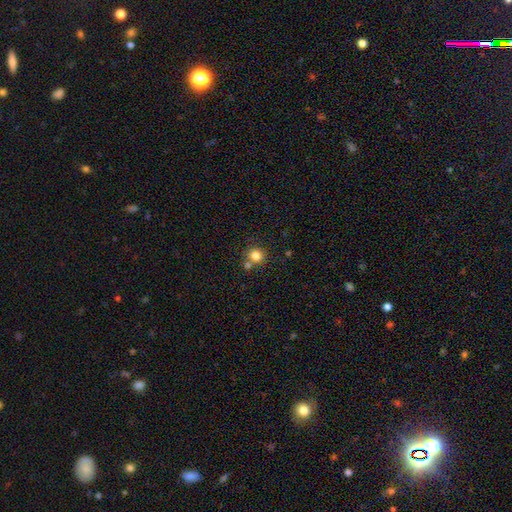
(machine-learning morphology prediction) Smooth or featured?
  - smooth: 82% *
  - star or artifact: 12%
  - featured or disk: 6%
How rounded?
  - round: 89% *
  - in between: 10%
  - cigar-shaped: 1%
Merging?
  - none: 69% *
  - merger: 20%
  - minor disturbance: 9%
  - major disturbance: 3%